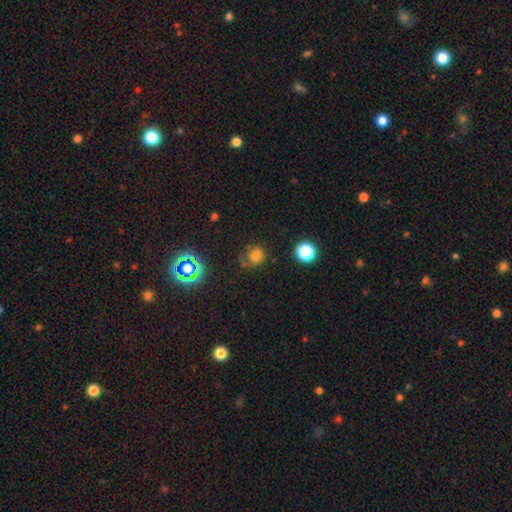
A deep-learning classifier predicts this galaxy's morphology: Overall: smooth (69%). How rounded: round (81%). Merging: none (66%).